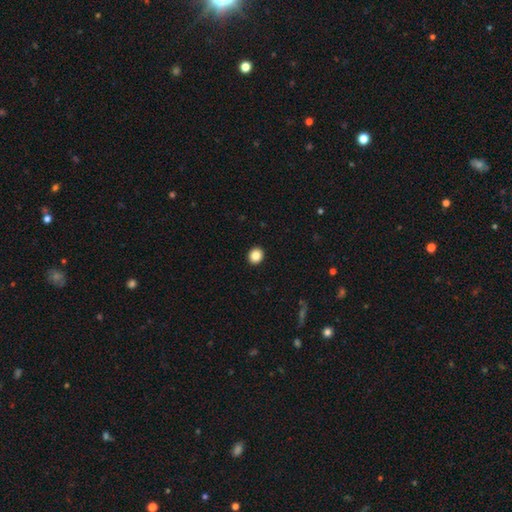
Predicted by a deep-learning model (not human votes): smooth 86%, star or artifact 10%, featured or disk 4%. Down the decision tree: how rounded — round (77%); merging — none (93%).